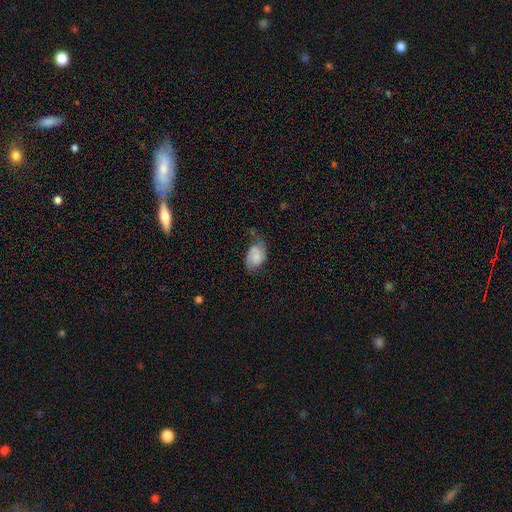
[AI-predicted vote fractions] Q: Smooth or featured?
A: smooth (64%); runner-up: featured or disk (28%)
Q: How rounded?
A: in between (86%); runner-up: round (13%)
Q: Merging?
A: none (43%); runner-up: minor disturbance (36%)